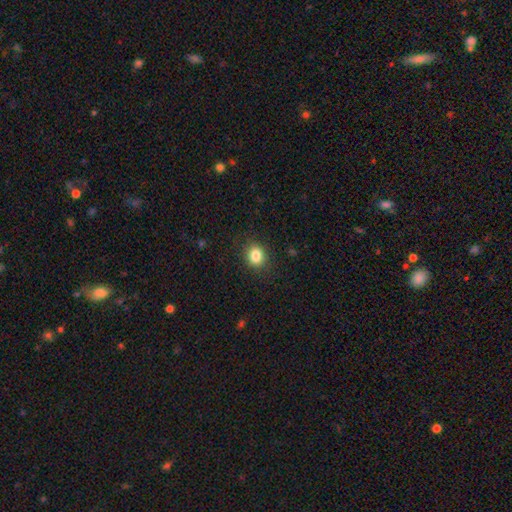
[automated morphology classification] This is clearly a smooth galaxy (84%). How rounded: likely round (66%). Merging: clearly none (87%).